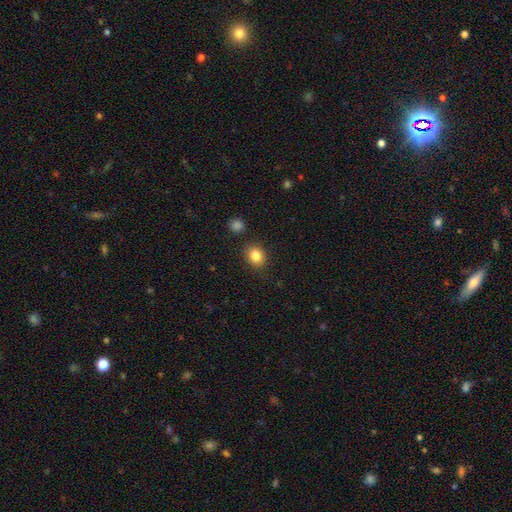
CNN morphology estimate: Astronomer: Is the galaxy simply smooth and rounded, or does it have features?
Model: smooth — 84%.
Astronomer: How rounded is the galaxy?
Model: round — 60% (runner-up: in between, 39%).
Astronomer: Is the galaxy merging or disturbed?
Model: none — 85%.